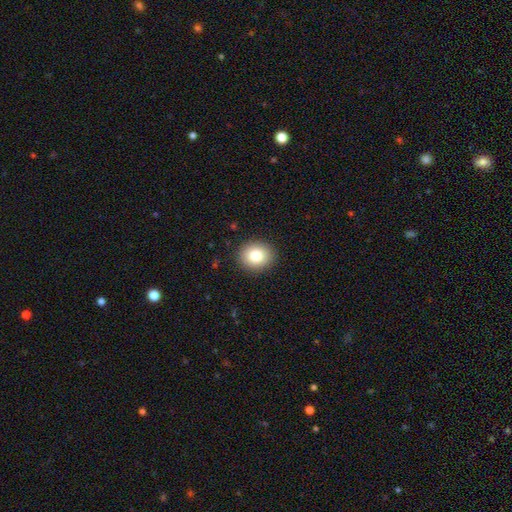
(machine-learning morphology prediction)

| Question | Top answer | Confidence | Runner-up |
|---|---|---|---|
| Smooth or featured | smooth | 82% | star or artifact (9%) |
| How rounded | round | 71% | in between (29%) |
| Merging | none | 90% | minor disturbance (7%) |